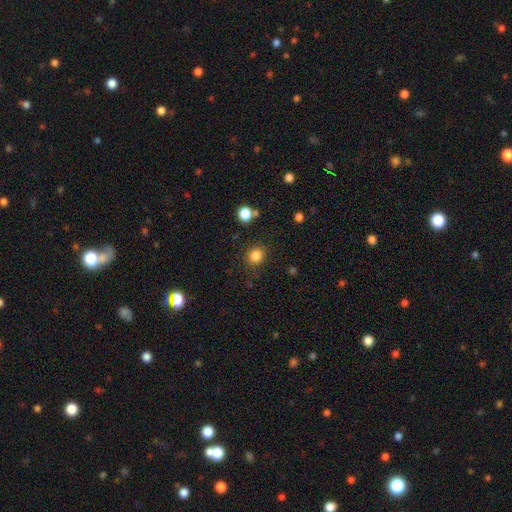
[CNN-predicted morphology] Overall: smooth (83%). How rounded: round (86%). Merging: none (86%).